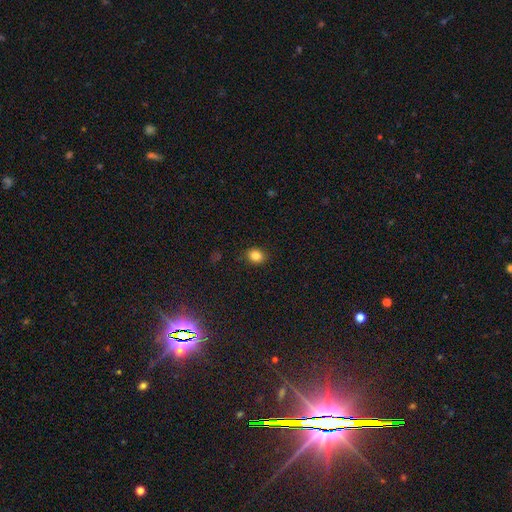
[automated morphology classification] A smooth galaxy with no disk features (84%) that is round (53%). Merging: none (89%).